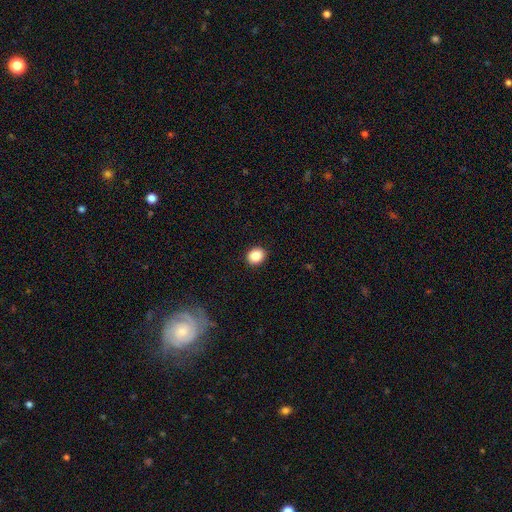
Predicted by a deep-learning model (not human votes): smooth 88%, star or artifact 9%, featured or disk 3%. Down the decision tree: how rounded — round (65%); merging — none (91%).